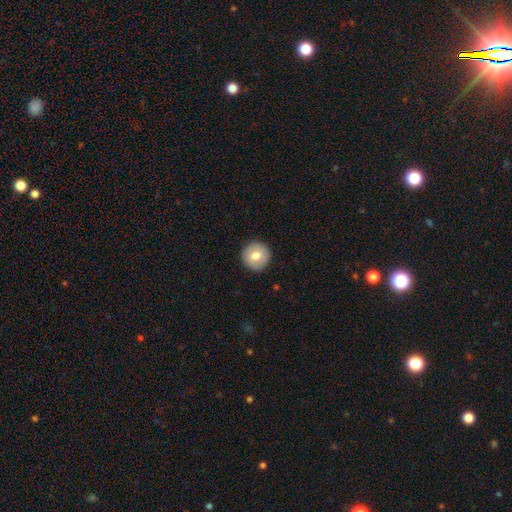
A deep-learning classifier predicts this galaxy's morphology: A smooth galaxy with no disk features (76%) that is round (95%). Merging: none (90%).